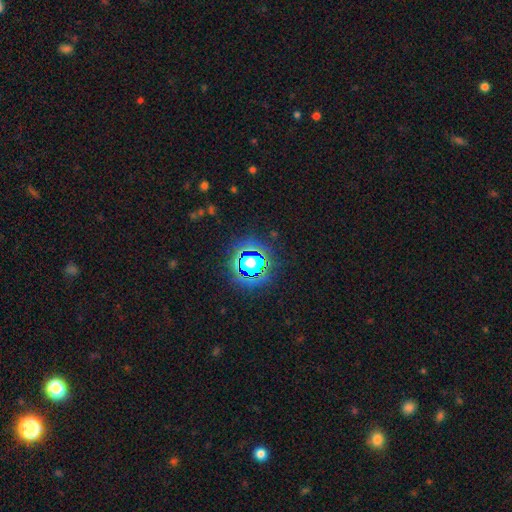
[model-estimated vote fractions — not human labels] Smooth or featured: star or artifact — 74% (smooth — 18%)